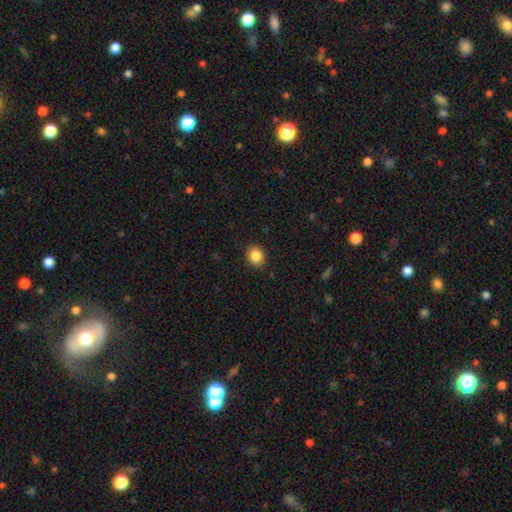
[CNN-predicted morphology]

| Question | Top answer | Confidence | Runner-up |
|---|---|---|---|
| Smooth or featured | smooth | 86% | star or artifact (10%) |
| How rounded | round | 72% | in between (27%) |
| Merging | none | 90% | minor disturbance (7%) |